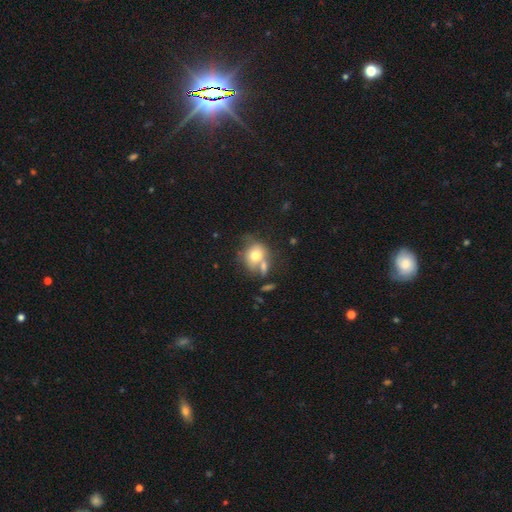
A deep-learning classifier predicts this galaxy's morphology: Q: Smooth or featured?
A: smooth (70%); runner-up: featured or disk (20%)
Q: How rounded?
A: round (66%); runner-up: in between (33%)
Q: Merging?
A: none (42%); runner-up: merger (32%)